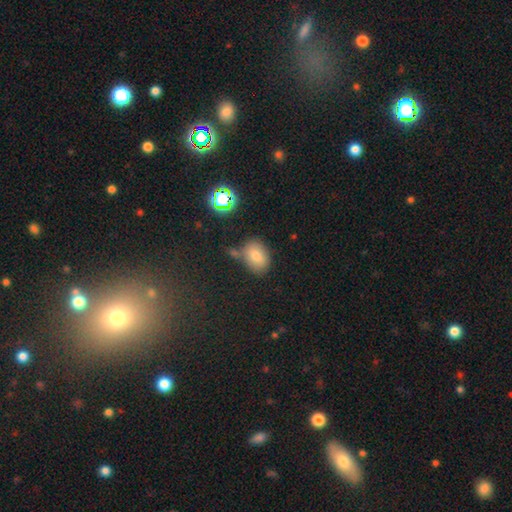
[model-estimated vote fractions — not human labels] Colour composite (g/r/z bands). It shows a smooth galaxy with no disk features (76%) that is in between round and cigar-shaped (71%). Merging: none (66%).